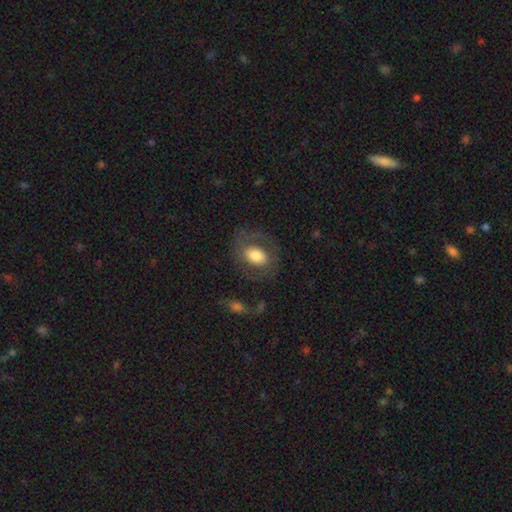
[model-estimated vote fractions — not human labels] Smooth or featured? smooth (57%)
How rounded? in between (63%)
Merging? none (67%)